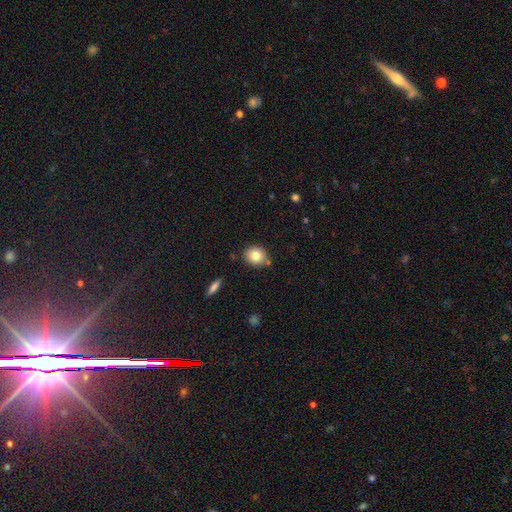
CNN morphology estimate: A smooth galaxy with no disk features (80%) that is round (74%). Merging: none (81%).